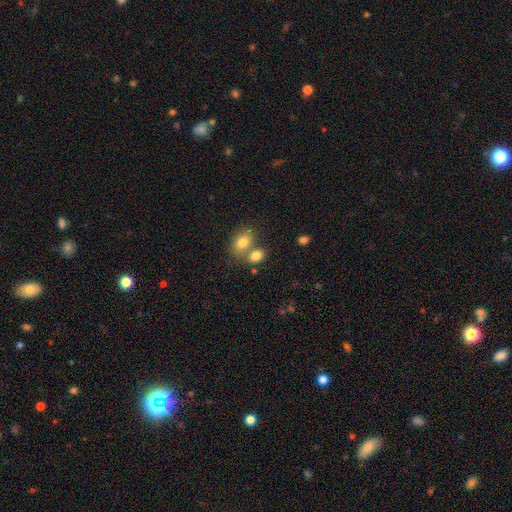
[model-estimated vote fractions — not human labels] Smooth or featured: smooth — 80% (featured or disk — 10%)
How rounded: in between — 74% (round — 24%)
Merging: merger — 48% (none — 40%)